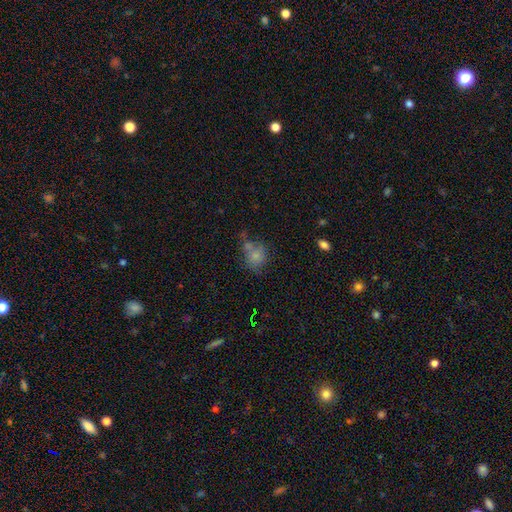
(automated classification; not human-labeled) Smooth or featured?
  - smooth: 72% *
  - featured or disk: 16%
  - star or artifact: 12%
How rounded?
  - round: 65% *
  - in between: 34%
  - cigar-shaped: 1%
Merging?
  - none: 38% *
  - merger: 30%
  - minor disturbance: 20%
  - major disturbance: 12%